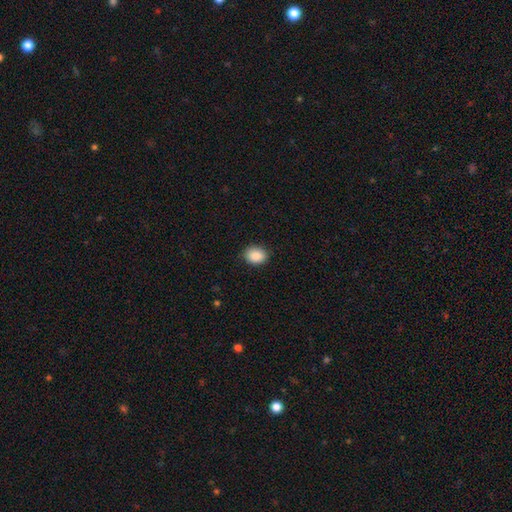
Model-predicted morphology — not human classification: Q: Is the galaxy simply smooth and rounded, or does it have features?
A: smooth — 89%.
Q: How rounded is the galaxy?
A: in between — 54%.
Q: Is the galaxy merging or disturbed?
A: none — 87%.